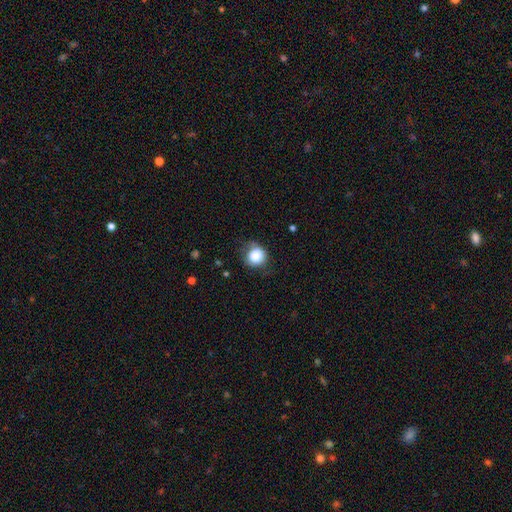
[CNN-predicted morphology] Smooth or featured?
  - smooth: 84% *
  - star or artifact: 9%
  - featured or disk: 7%
How rounded?
  - round: 86% *
  - in between: 13%
  - cigar-shaped: 1%
Merging?
  - none: 65% *
  - minor disturbance: 24%
  - major disturbance: 9%
  - merger: 2%